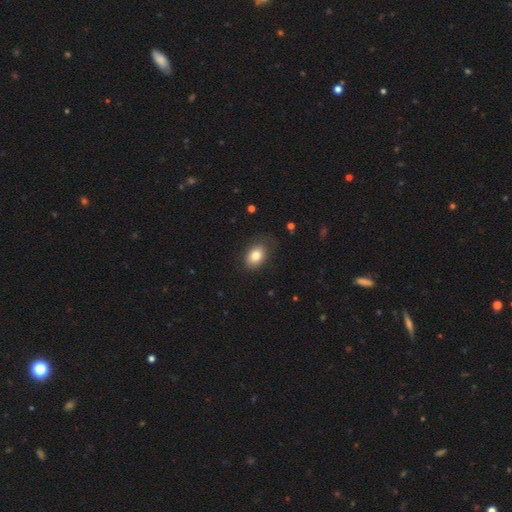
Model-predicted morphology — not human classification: Smooth or featured?
  - smooth: 81% *
  - featured or disk: 10%
  - star or artifact: 8%
How rounded?
  - in between: 79% *
  - round: 20%
  - cigar-shaped: 1%
Merging?
  - none: 77% *
  - minor disturbance: 17%
  - major disturbance: 5%
  - merger: 1%